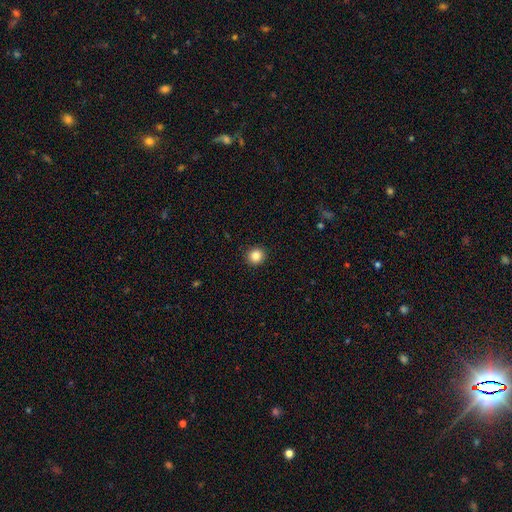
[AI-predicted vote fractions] smooth 85%, star or artifact 11%, featured or disk 5%. Down the decision tree: how rounded — round (91%); merging — none (93%).